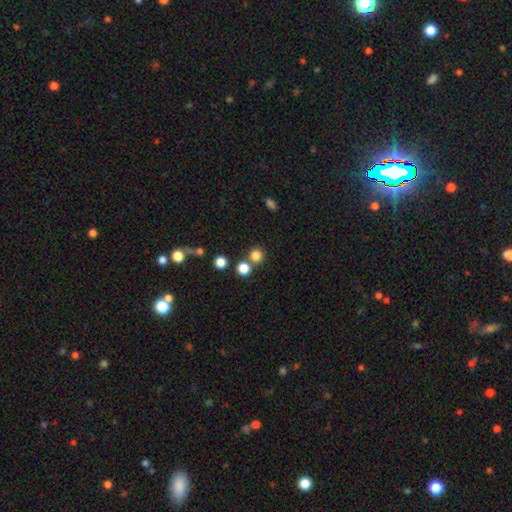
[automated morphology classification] smooth 80%, star or artifact 14%, featured or disk 6%. Down the decision tree: how rounded — round (91%); merging — none (72%).